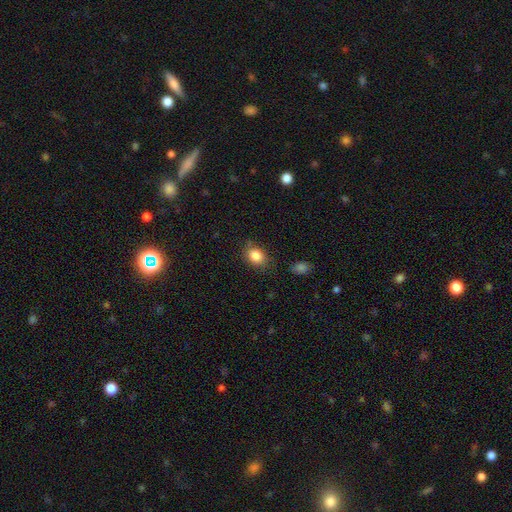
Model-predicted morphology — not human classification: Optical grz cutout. It shows a smooth galaxy with no disk features (85%) that is in between round and cigar-shaped (61%). Merging: none (78%).